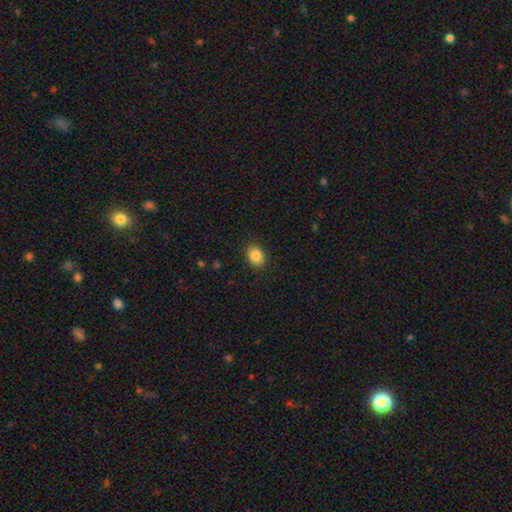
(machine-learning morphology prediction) The model was most divided on "how rounded": in between: 57%, round: 42%, cigar-shaped: 1%. More confident: merging — none (89%); smooth or featured — smooth (86%).